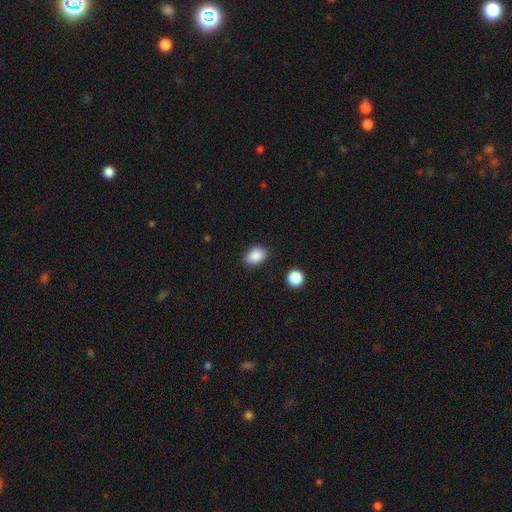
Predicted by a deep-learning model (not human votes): A smooth galaxy with no disk features (88%) that is in between round and cigar-shaped (74%). Merging: none (84%).